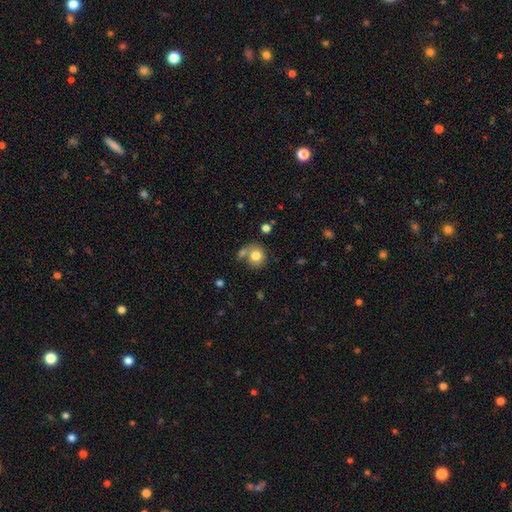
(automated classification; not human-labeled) This appears to be a smooth galaxy with no disk features (78%) that is round (82%). Merging: none (54%).